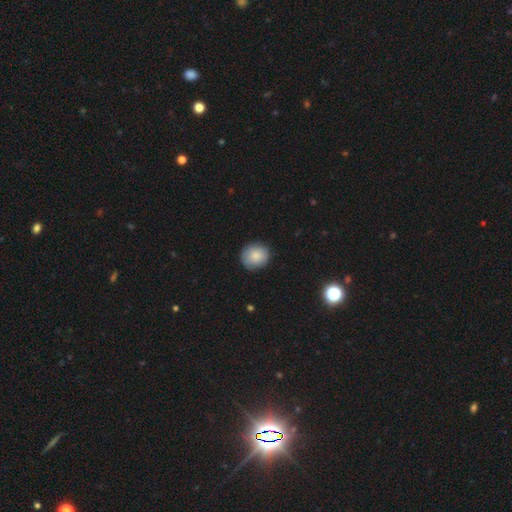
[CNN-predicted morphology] This appears to be a smooth galaxy with no disk features (84%) that is round (87%). Merging: none (84%).